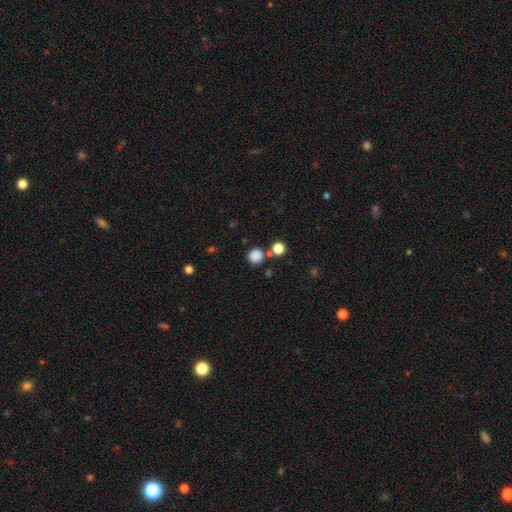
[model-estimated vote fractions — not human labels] A smooth galaxy with no disk features (84%) that is round (92%).

Vote fractions:
- Smooth or featured? smooth: 84% / star or artifact: 12% / featured or disk: 4%
- How rounded? round: 92% / in between: 7% / cigar-shaped: 1%
- Merging? none: 77% / merger: 12% / minor disturbance: 8% / major disturbance: 3%